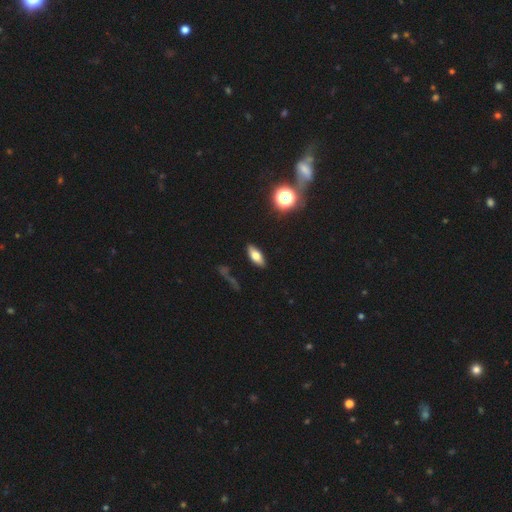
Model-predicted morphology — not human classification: type=smooth (68%); roundness=in between (78%); merging=none (88%).